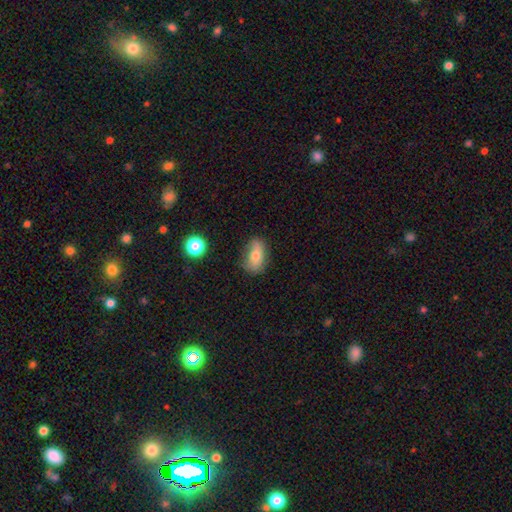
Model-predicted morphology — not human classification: This is likely a smooth galaxy (68%). How rounded: clearly in between (84%). Merging: likely none (60%).